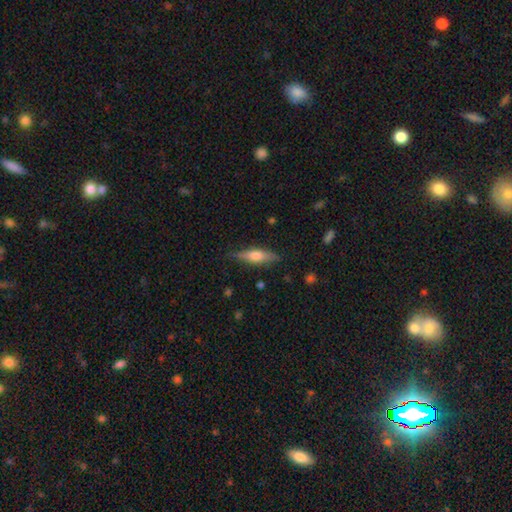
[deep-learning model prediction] A smooth galaxy with no disk features (50%). Merging: none (81%).